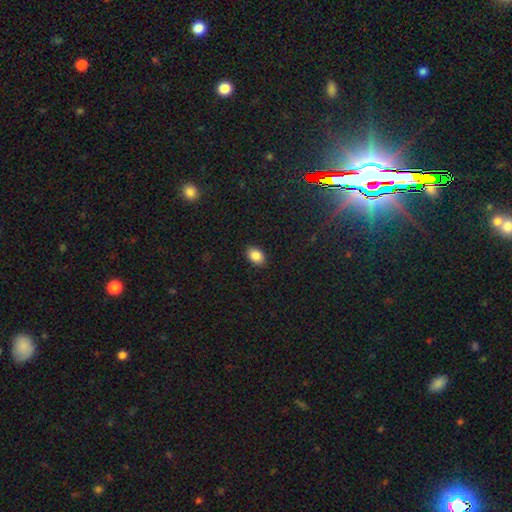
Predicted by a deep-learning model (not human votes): Q: Smooth or featured?
A: smooth (87%); runner-up: star or artifact (8%)
Q: How rounded?
A: in between (84%); runner-up: round (15%)
Q: Merging?
A: none (89%); runner-up: minor disturbance (8%)